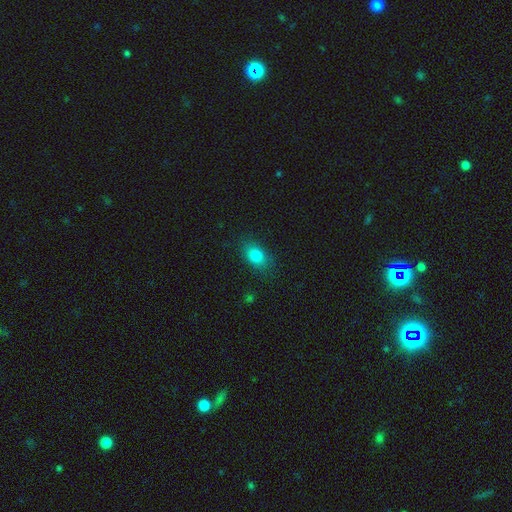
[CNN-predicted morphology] This is clearly a smooth galaxy (81%). How rounded: likely in between (77%). Merging: clearly none (83%).